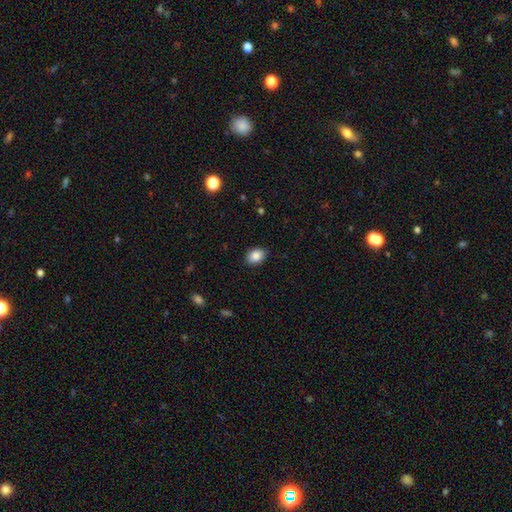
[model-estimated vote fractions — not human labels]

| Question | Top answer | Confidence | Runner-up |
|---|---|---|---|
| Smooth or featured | smooth | 87% | star or artifact (8%) |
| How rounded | in between | 75% | round (24%) |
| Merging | none | 88% | minor disturbance (9%) |